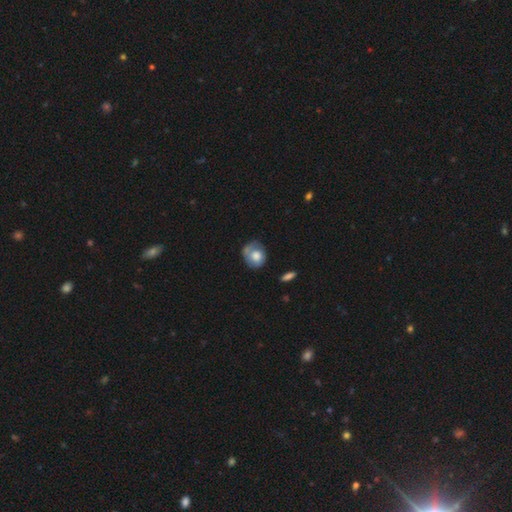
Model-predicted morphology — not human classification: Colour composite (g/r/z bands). It shows a smooth galaxy with no disk features (61%) that is round (64%). Merging: none (52%).